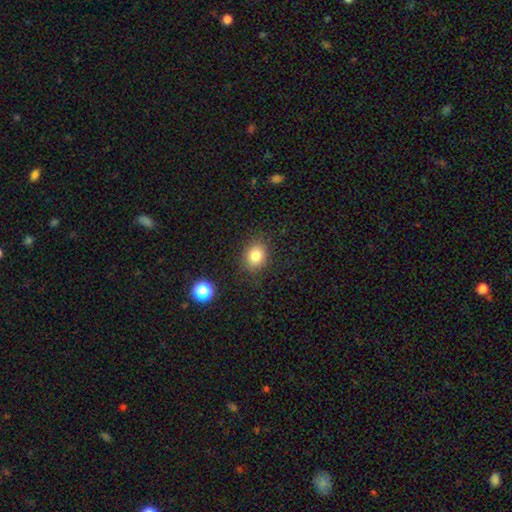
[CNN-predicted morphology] Smooth or featured? smooth (81%)
How rounded? round (57%)
Merging? none (84%)